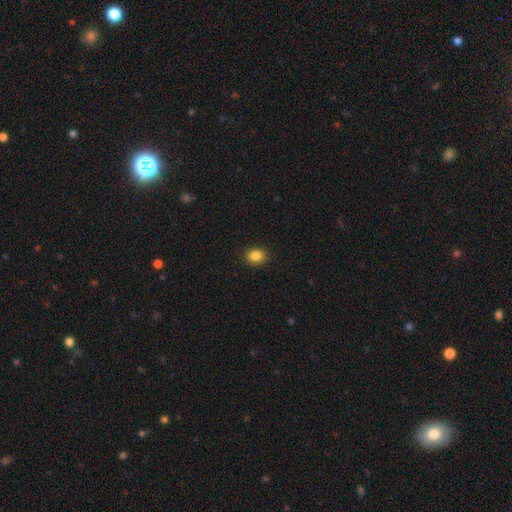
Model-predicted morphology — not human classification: smooth-or-featured: smooth: 85% | star or artifact: 10% | featured or disk: 5%
  how-rounded: round: 50% | in between: 49% | cigar-shaped: 1%
  merging: none: 90% | minor disturbance: 7% | major disturbance: 2% | merger: 1%